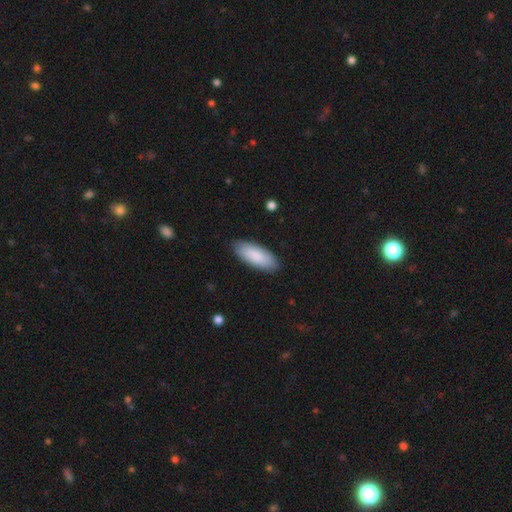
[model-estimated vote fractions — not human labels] This appears to be a smooth galaxy with no disk features (88%) that is in between round and cigar-shaped (79%). Merging: none (88%).